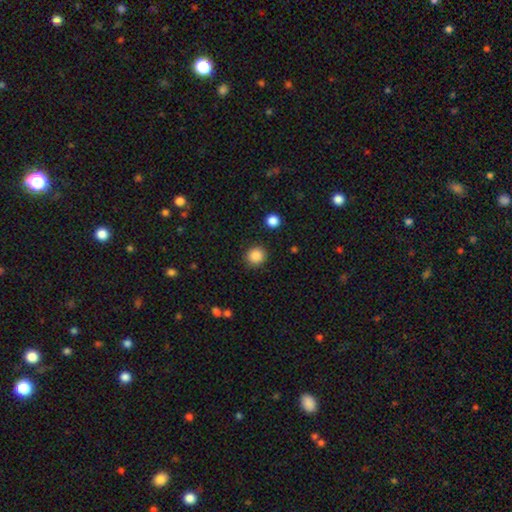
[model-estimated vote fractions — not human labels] A smooth galaxy with no disk features (87%) that is round (88%). Merging: none (89%).